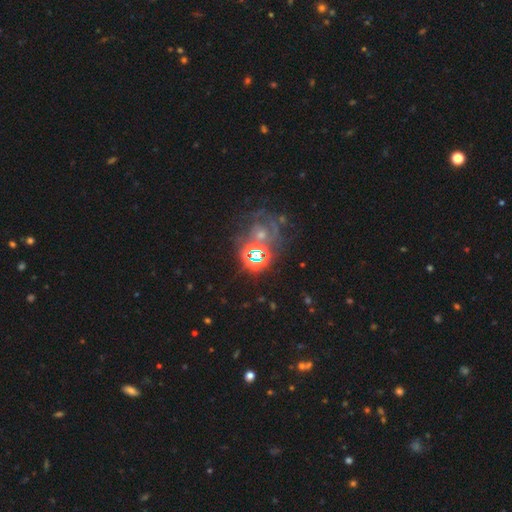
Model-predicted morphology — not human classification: A star or artifact, not a galaxy (60%).